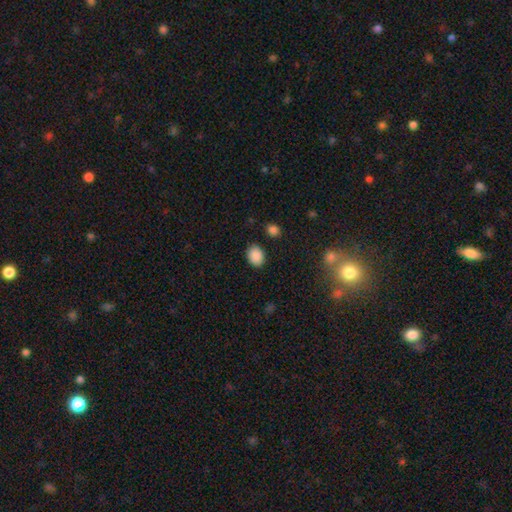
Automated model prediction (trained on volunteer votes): The model was most divided on "how rounded": in between: 64%, round: 35%, cigar-shaped: 1%. More confident: smooth or featured — smooth (89%); merging — none (86%).